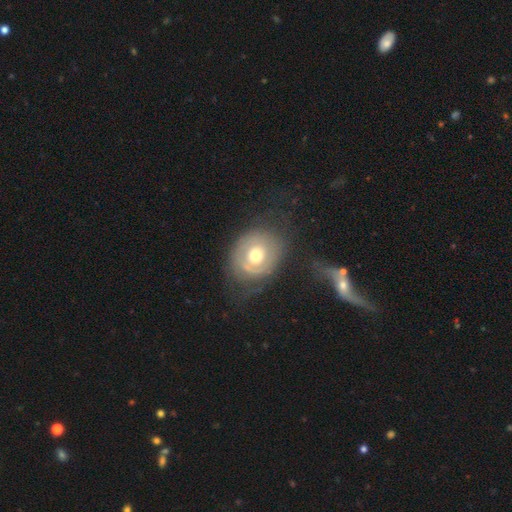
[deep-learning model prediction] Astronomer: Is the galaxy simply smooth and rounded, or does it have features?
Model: featured or disk — 60%.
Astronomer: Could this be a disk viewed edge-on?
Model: no — 96%.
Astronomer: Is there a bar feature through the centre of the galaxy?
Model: no — 83%.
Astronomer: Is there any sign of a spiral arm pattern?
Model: yes — 53% (runner-up: no, 47%).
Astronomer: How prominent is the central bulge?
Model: moderate — 72%.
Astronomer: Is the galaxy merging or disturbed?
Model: none — 60%.